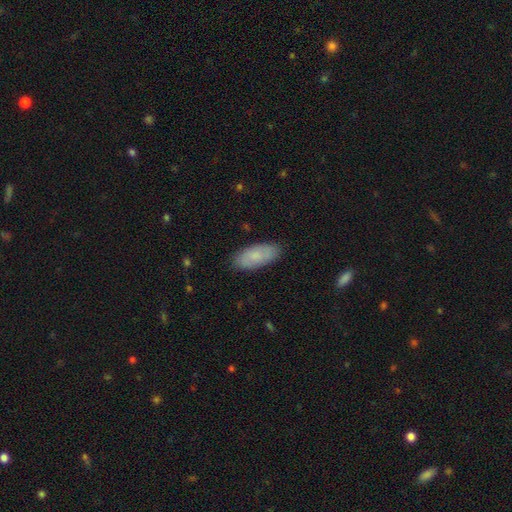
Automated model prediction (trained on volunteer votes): Smooth or featured? Predicted: smooth (p=0.76). How rounded? Predicted: in between (p=0.87). Merging? Predicted: none (p=0.85).